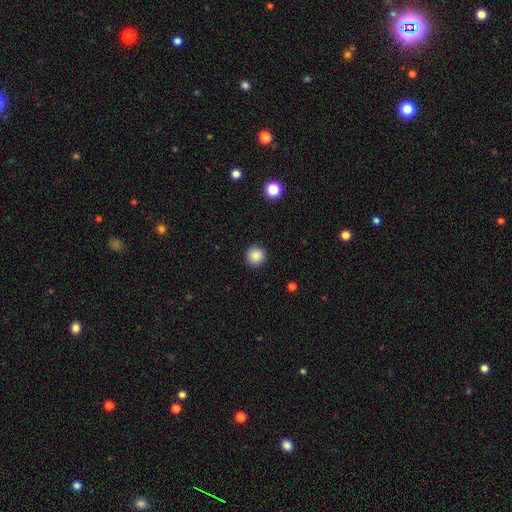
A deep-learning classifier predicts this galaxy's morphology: Q: Smooth or featured?
A: smooth (88%); runner-up: star or artifact (10%)
Q: How rounded?
A: round (95%); runner-up: in between (4%)
Q: Merging?
A: none (92%); runner-up: minor disturbance (5%)